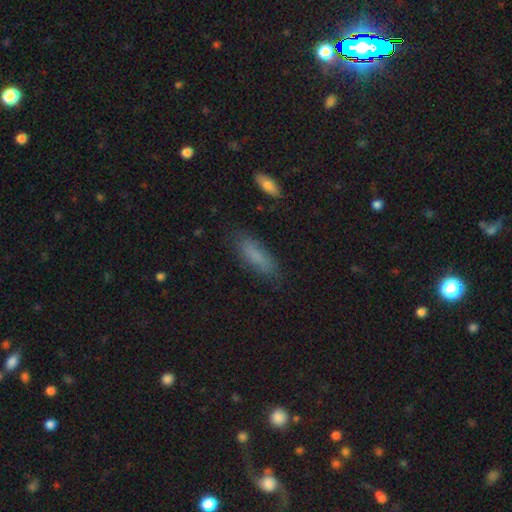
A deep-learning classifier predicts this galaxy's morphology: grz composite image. It shows a smooth galaxy with no disk features (73%) that is in between round and cigar-shaped (52%). Merging: none (77%).